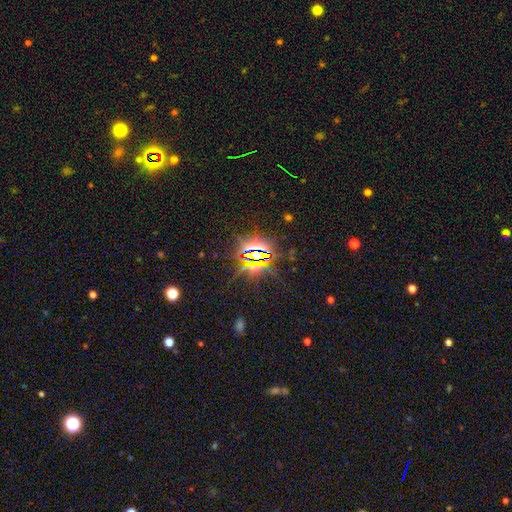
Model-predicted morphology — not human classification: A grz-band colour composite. It shows a star or artifact, not a galaxy (81%).